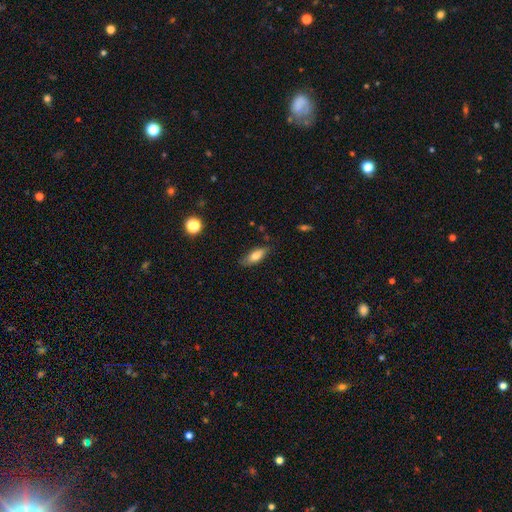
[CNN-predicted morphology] smooth-or-featured: smooth: 72% | featured or disk: 21% | star or artifact: 7%
  how-rounded: in between: 72% | cigar-shaped: 25% | round: 3%
  merging: none: 74% | minor disturbance: 21% | major disturbance: 4% | merger: 2%